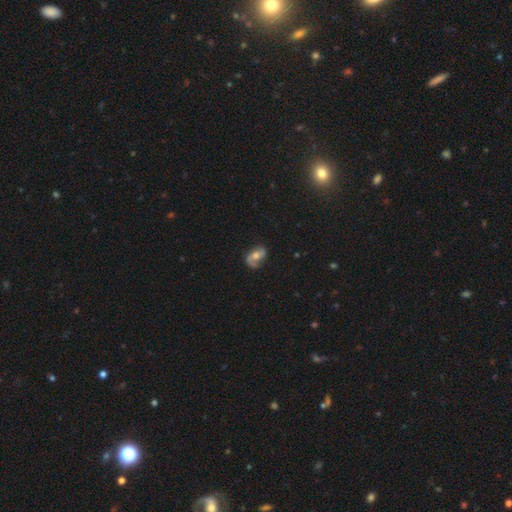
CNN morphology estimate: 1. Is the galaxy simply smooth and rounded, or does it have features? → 60% featured or disk, 32% smooth, 8% star or artifact.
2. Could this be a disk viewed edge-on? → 95% no, 5% yes.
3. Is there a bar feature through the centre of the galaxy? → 59% no, 29% weak, 12% strong.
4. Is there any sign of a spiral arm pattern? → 82% yes, 18% no.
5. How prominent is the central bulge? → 65% moderate, 22% small, 8% large, 3% none, 1% dominant.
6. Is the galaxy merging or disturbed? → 59% none, 25% minor disturbance, 13% major disturbance, 4% merger.